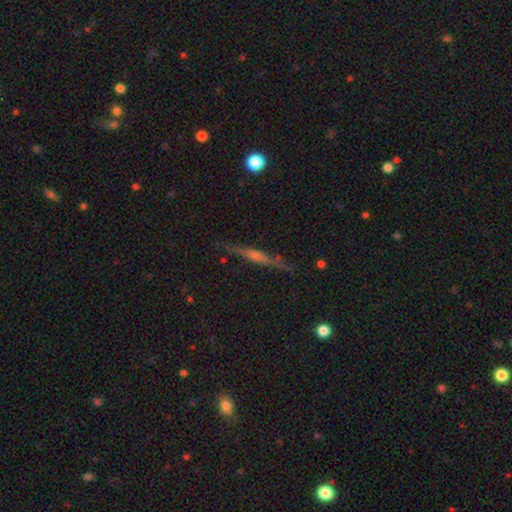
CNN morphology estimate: This appears to be a featured or disk galaxy (65%) viewed edge-on (96%) with a rounded central bulge (43%). Merging: none (84%).